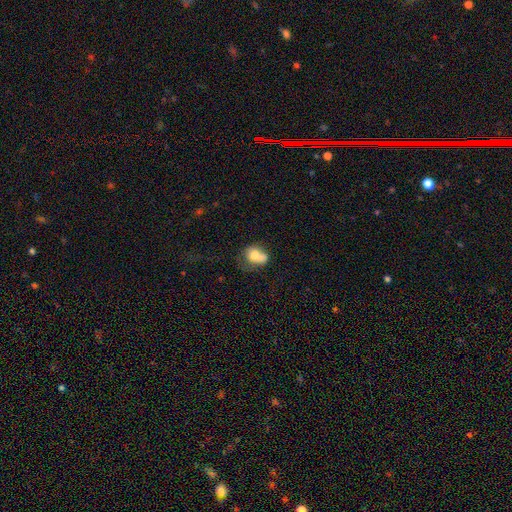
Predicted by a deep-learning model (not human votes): Smooth or featured? smooth (70%)
How rounded? in between (60%)
Merging? merger (34%)